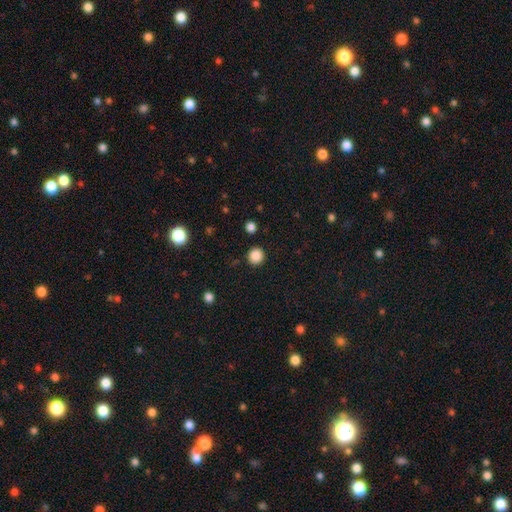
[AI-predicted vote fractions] smooth-or-featured: smooth: 86% | star or artifact: 11% | featured or disk: 3%
  how-rounded: round: 93% | in between: 6% | cigar-shaped: 1%
  merging: none: 91% | minor disturbance: 5% | major disturbance: 2% | merger: 2%